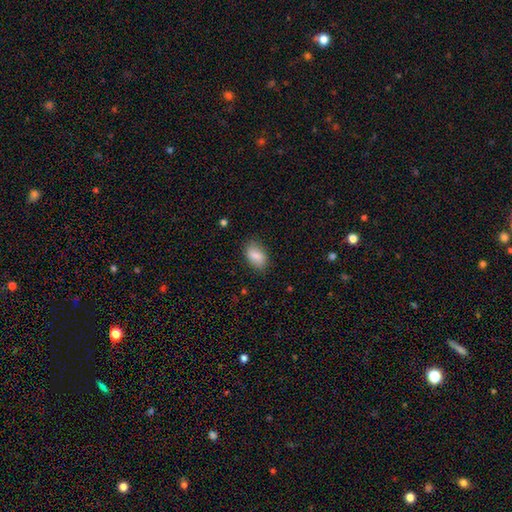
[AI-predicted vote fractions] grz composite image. It shows a smooth galaxy with no disk features (82%) that is in between round and cigar-shaped (87%). Merging: none (81%).